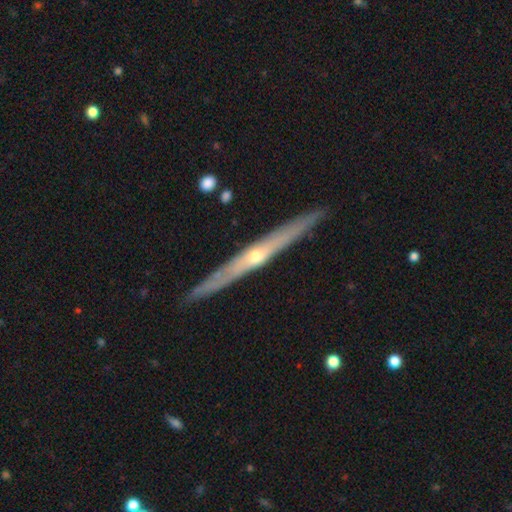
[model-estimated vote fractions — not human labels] Smooth or featured?
  - featured or disk: 75% *
  - smooth: 20%
  - star or artifact: 5%
Edge-on disk?
  - yes: 95% *
  - no: 5%
Edge-on bulge?
  - rounded: 77% *
  - none: 20%
  - boxy: 3%
Merging?
  - none: 87% *
  - minor disturbance: 9%
  - major disturbance: 2%
  - merger: 2%